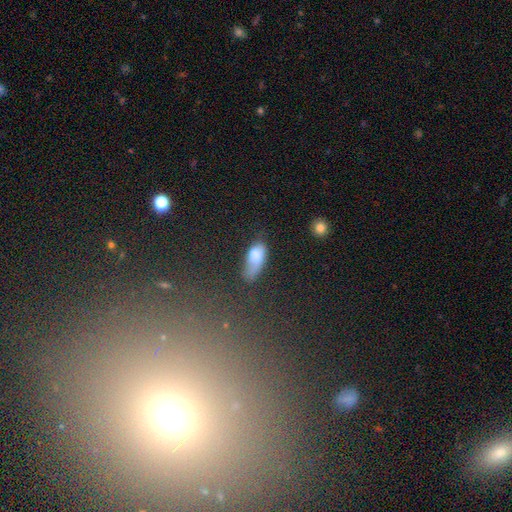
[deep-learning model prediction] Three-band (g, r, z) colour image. It shows a smooth galaxy with no disk features (76%) that is in between round and cigar-shaped (79%). Merging: none (36%, tied with minor disturbance).